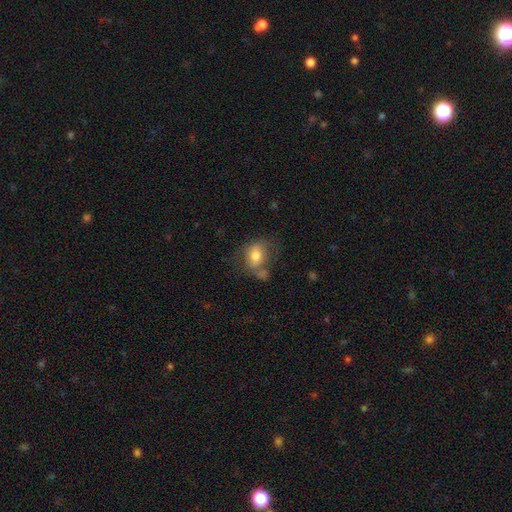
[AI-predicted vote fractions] Smooth or featured?
  - smooth: 71% *
  - featured or disk: 20%
  - star or artifact: 9%
How rounded?
  - in between: 62% *
  - round: 36%
  - cigar-shaped: 1%
Merging?
  - none: 40% *
  - minor disturbance: 24%
  - merger: 21%
  - major disturbance: 16%